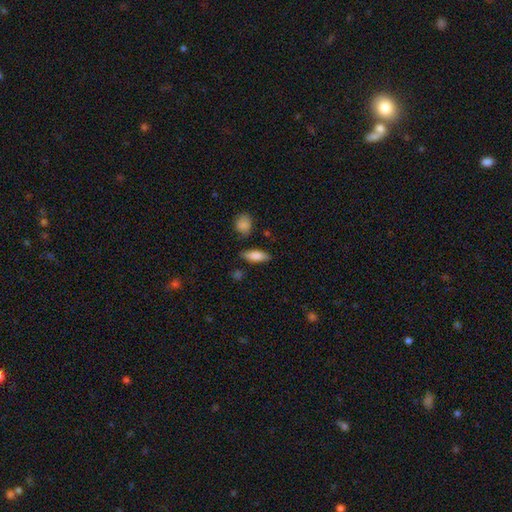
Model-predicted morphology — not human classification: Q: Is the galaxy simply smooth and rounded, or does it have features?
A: smooth — 82%.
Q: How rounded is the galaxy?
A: in between — 73%.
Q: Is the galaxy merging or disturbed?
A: none — 80%.